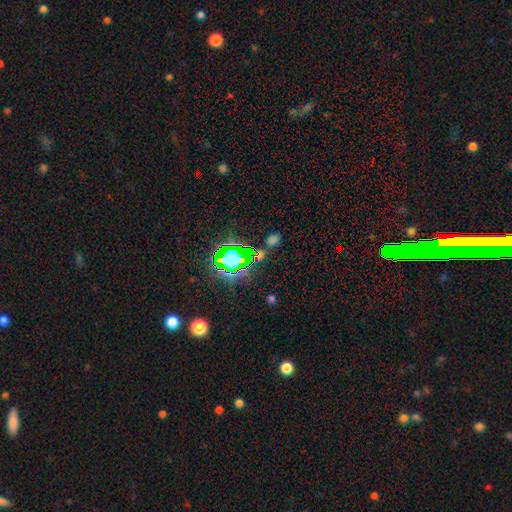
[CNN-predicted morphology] Smooth or featured: star or artifact — 72% (smooth — 18%)